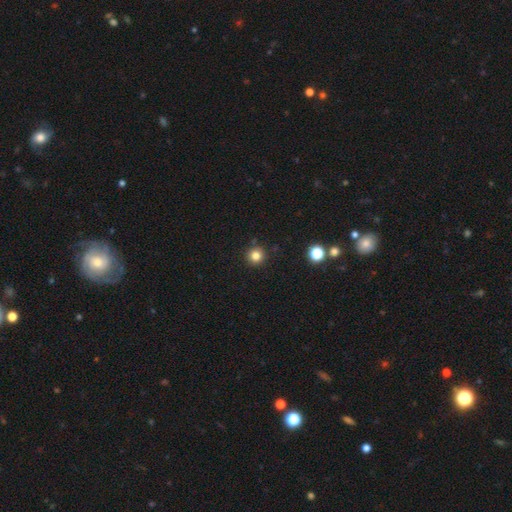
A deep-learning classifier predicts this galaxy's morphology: Smooth or featured?
  - smooth: 81% *
  - star or artifact: 13%
  - featured or disk: 5%
How rounded?
  - round: 95% *
  - in between: 4%
  - cigar-shaped: 1%
Merging?
  - none: 90% *
  - minor disturbance: 6%
  - merger: 2%
  - major disturbance: 2%